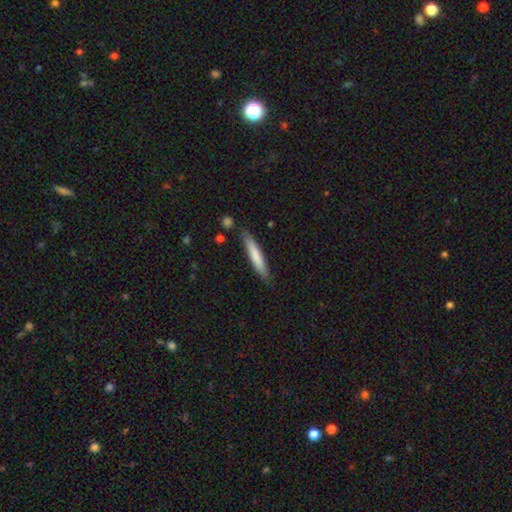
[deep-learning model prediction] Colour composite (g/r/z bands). It shows a smooth galaxy with no disk features (74%) that is cigar-shaped (92%). Merging: none (83%).